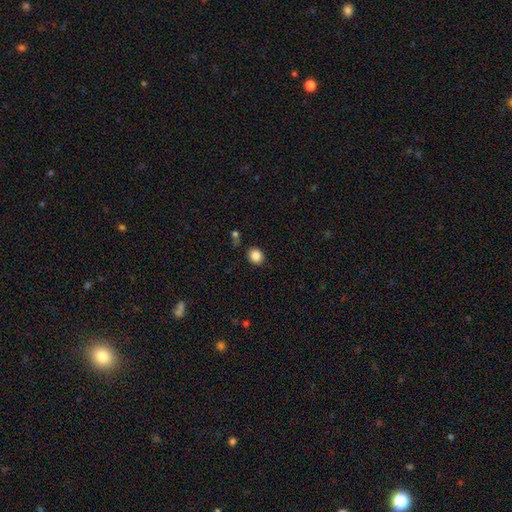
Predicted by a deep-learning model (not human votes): The model was most divided on "how rounded": round: 69%, in between: 30%, cigar-shaped: 1%. More confident: smooth or featured — smooth (86%); merging — none (80%).